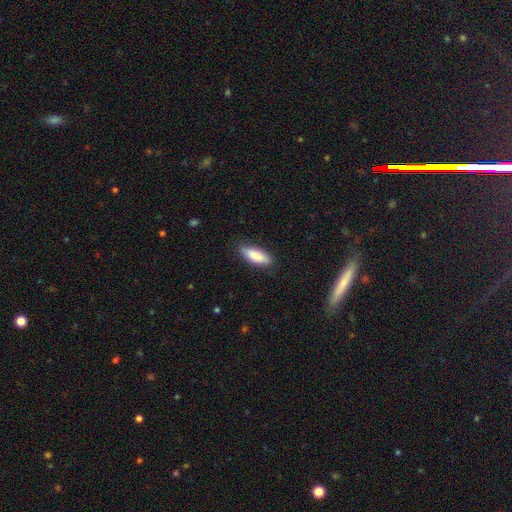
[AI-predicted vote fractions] Smooth or featured? Predicted: smooth (p=0.84). How rounded? Predicted: in between (p=0.67). Merging? Predicted: none (p=0.82).